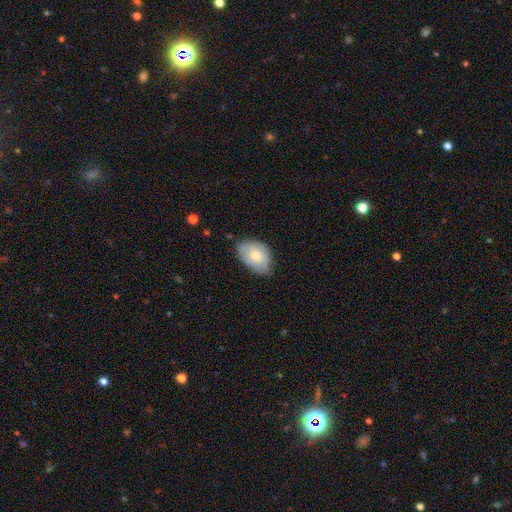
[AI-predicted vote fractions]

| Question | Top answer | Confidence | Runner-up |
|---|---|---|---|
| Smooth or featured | smooth | 68% | featured or disk (26%) |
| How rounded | in between | 86% | round (12%) |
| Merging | none | 63% | minor disturbance (30%) |